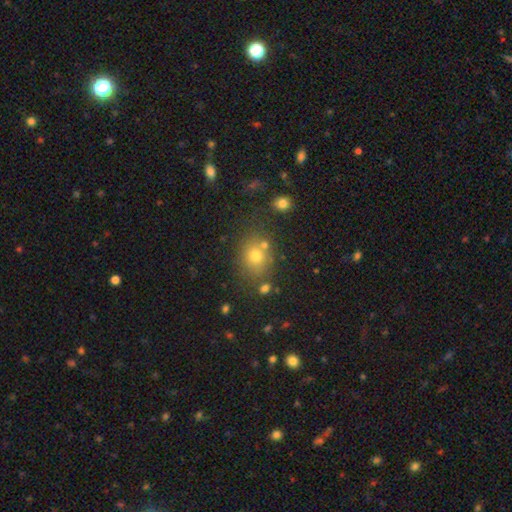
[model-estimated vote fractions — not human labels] This appears to be a smooth galaxy with no disk features (71%) that is round (64%). Merging: none (73%).